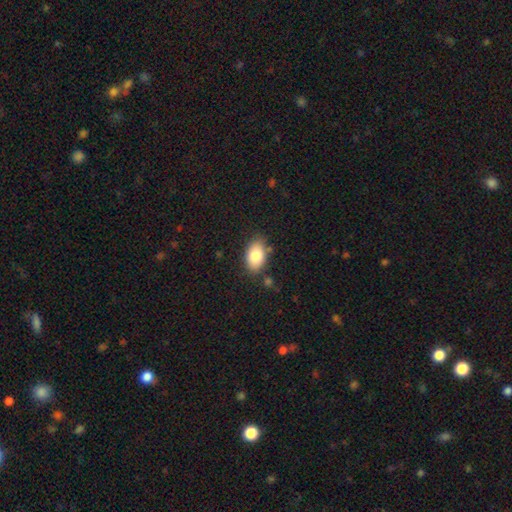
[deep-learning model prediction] The model was most divided on "merging": none: 78%, minor disturbance: 15%, merger: 4%, major disturbance: 3%. More confident: how rounded — in between (89%); smooth or featured — smooth (81%).